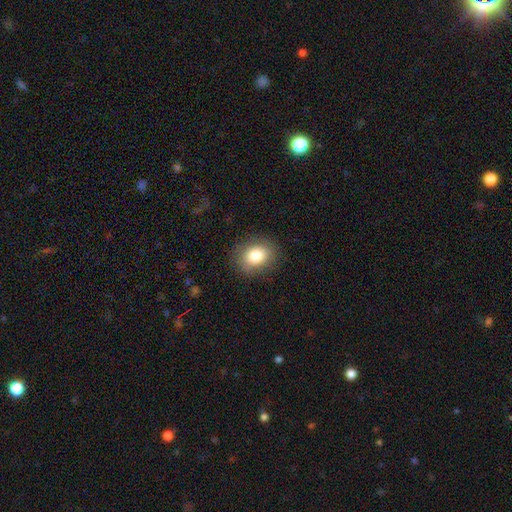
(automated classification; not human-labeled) smooth_or_featured: smooth (p=0.81) [alt: star or artifact p=0.09]
how_rounded: round (p=0.50) [alt: in between p=0.49]
merging: none (p=0.85) [alt: minor disturbance p=0.11]